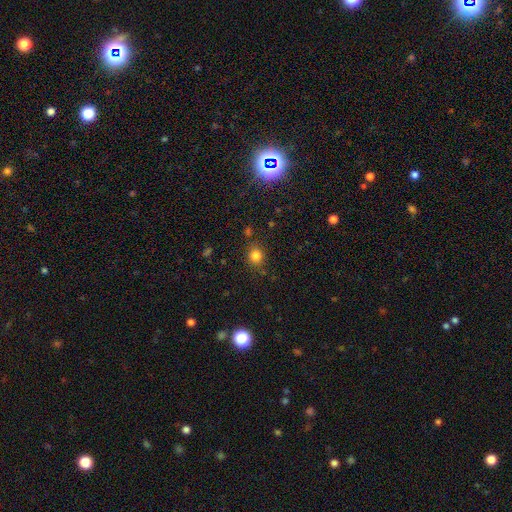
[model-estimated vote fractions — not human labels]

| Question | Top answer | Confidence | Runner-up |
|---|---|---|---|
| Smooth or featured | smooth | 80% | star or artifact (15%) |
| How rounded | round | 85% | in between (14%) |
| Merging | none | 84% | minor disturbance (10%) |